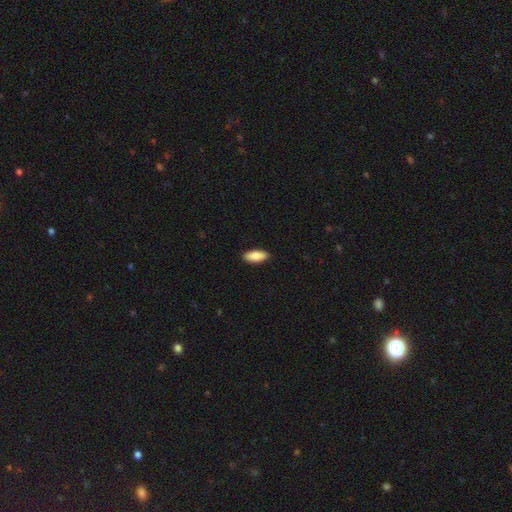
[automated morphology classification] The model was most divided on "how rounded": in between: 83%, cigar-shaped: 15%, round: 2%. More confident: merging — none (90%); smooth or featured — smooth (87%).